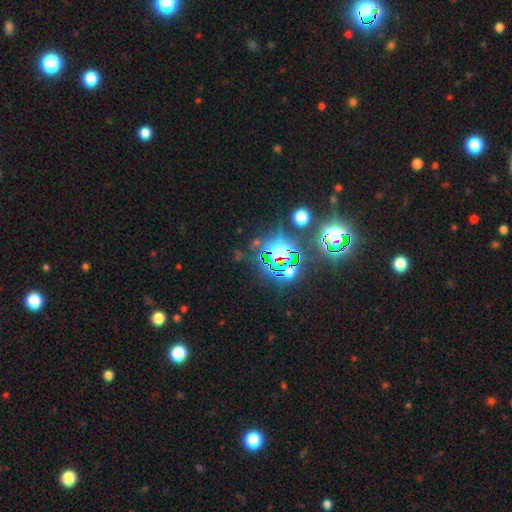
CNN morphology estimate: Smooth or featured? Predicted: star or artifact (p=0.78).